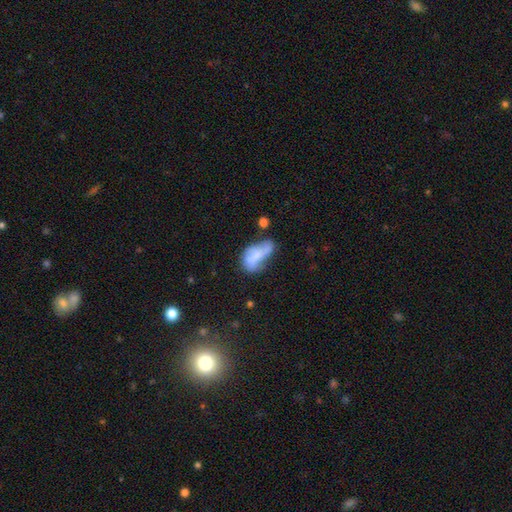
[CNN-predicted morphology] smooth-or-featured: smooth: 57% | featured or disk: 33% | star or artifact: 10%
  how-rounded: in between: 88% | cigar-shaped: 6% | round: 6%
  merging: major disturbance: 30% | minor disturbance: 26% | none: 24% | merger: 20%